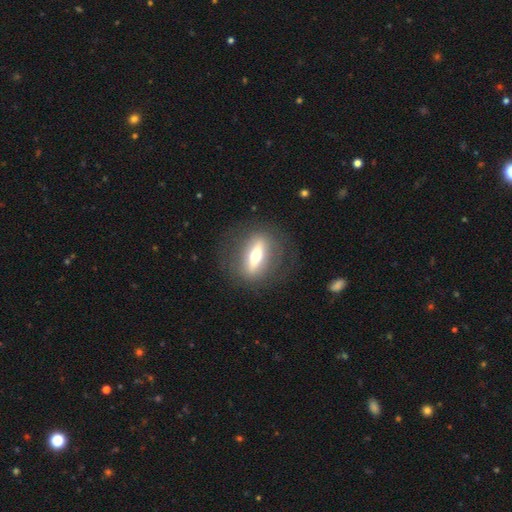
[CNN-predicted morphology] featured or disk 60%, smooth 33%, star or artifact 7%. Down the decision tree: edge-on disk — yes (61%); merging — none (81%).